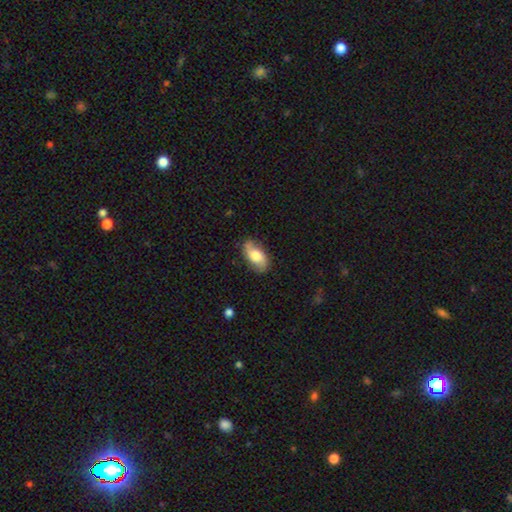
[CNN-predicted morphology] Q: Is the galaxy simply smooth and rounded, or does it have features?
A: smooth — 52%.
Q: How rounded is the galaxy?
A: in between — 90%.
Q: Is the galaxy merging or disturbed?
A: none — 78%.